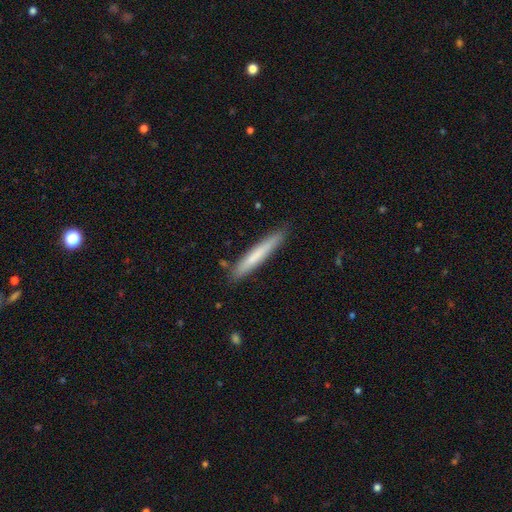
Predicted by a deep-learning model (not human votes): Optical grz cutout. It shows a smooth galaxy with no disk features (69%) that is cigar-shaped (96%). Merging: none (87%).